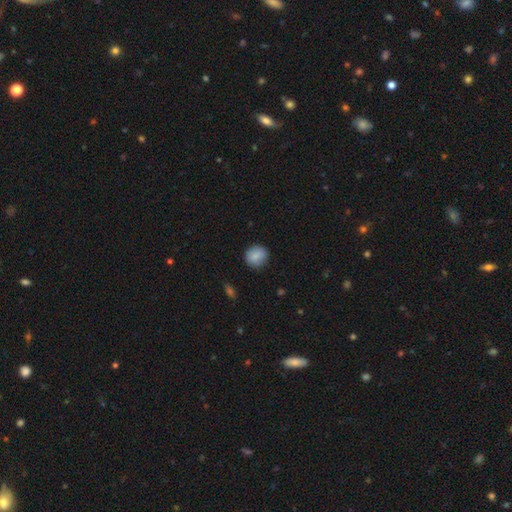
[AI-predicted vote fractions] smooth_or_featured: smooth (p=0.86) [alt: star or artifact p=0.08]
how_rounded: round (p=0.81) [alt: in between p=0.17]
merging: none (p=0.85) [alt: minor disturbance p=0.12]